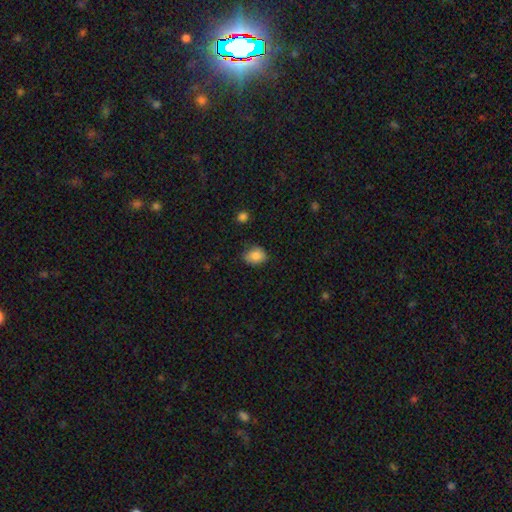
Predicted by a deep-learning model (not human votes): Smooth or featured? smooth (85%)
How rounded? in between (63%)
Merging? none (74%)